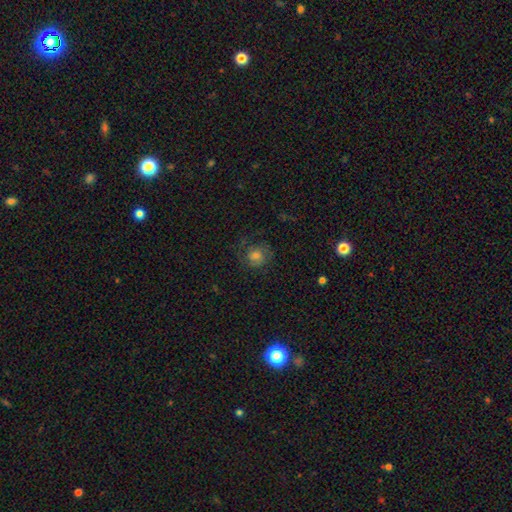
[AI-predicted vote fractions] Smooth or featured? Predicted: smooth (p=0.51). How rounded? Predicted: round (p=0.81). Merging? Predicted: none (p=0.68).